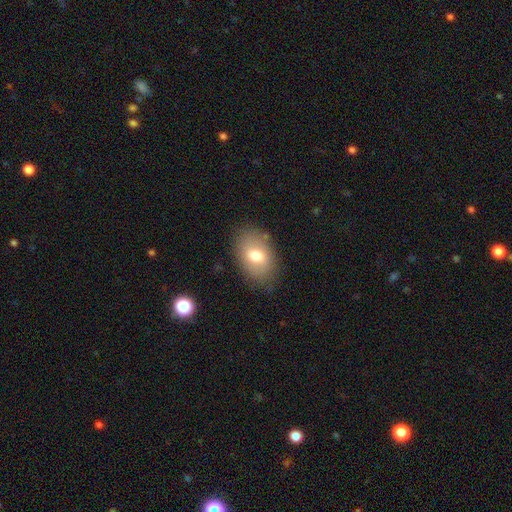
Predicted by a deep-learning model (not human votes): Smooth or featured? Predicted: smooth (p=0.72). How rounded? Predicted: in between (p=0.86). Merging? Predicted: none (p=0.80).